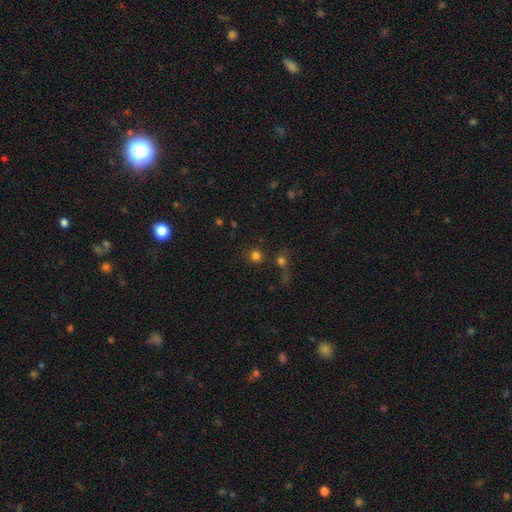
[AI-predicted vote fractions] Morphology: type=smooth (75%); roundness=round (91%); merging=none (71%).